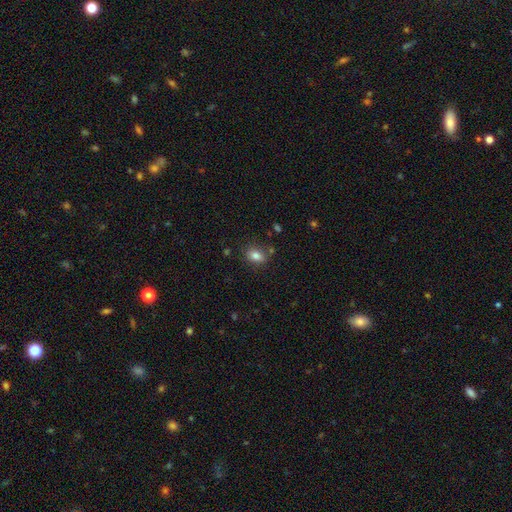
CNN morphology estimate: type=smooth (82%); roundness=in between (73%); merging=none (79%).